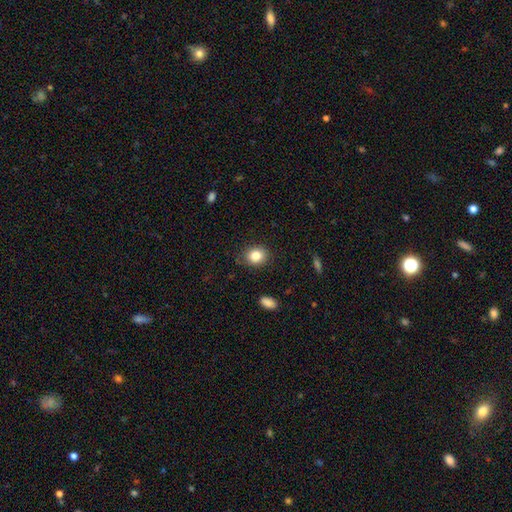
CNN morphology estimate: smooth_or_featured: smooth (p=0.84) [alt: star or artifact p=0.10]
how_rounded: round (p=0.59) [alt: in between p=0.40]
merging: none (p=0.85) [alt: minor disturbance p=0.11]